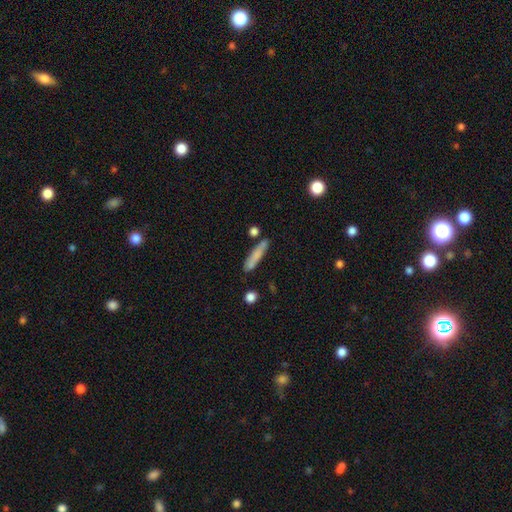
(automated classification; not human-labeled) smooth-or-featured: smooth: 76% | featured or disk: 17% | star or artifact: 7%
  how-rounded: cigar-shaped: 87% | in between: 11% | round: 2%
  merging: none: 78% | minor disturbance: 14% | merger: 6% | major disturbance: 3%